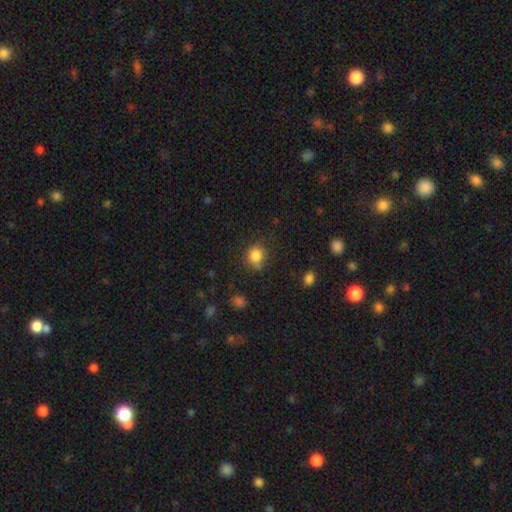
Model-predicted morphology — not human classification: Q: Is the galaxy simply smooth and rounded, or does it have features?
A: smooth — 83%.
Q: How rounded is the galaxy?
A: round — 79%.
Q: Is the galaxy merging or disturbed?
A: none — 67%.